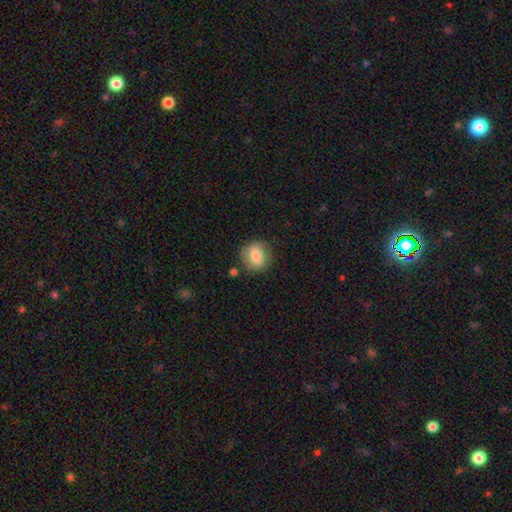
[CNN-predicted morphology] A smooth galaxy with no disk features (80%) that is round (76%).

Vote fractions:
- Smooth or featured? smooth: 80% / featured or disk: 12% / star or artifact: 8%
- How rounded? round: 76% / in between: 23% / cigar-shaped: 1%
- Merging? none: 81% / minor disturbance: 13% / major disturbance: 3% / merger: 3%